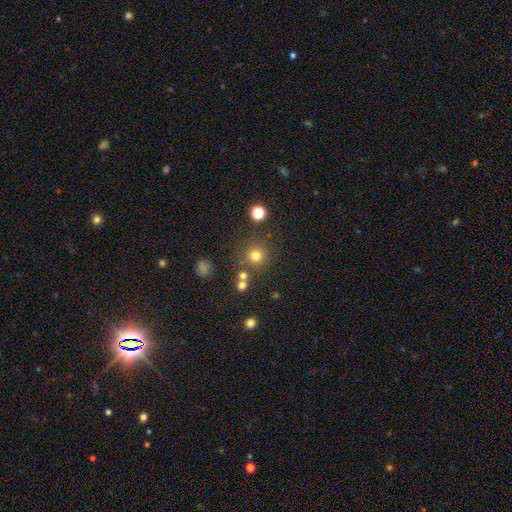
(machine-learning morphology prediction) Overall: smooth (76%). How rounded: round (94%). Merging: none (80%).